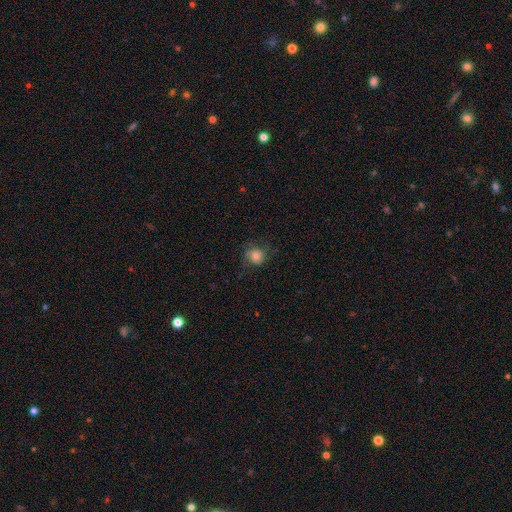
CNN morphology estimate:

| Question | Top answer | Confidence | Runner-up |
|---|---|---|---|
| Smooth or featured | smooth | 69% | featured or disk (21%) |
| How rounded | round | 79% | in between (20%) |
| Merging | none | 65% | minor disturbance (21%) |